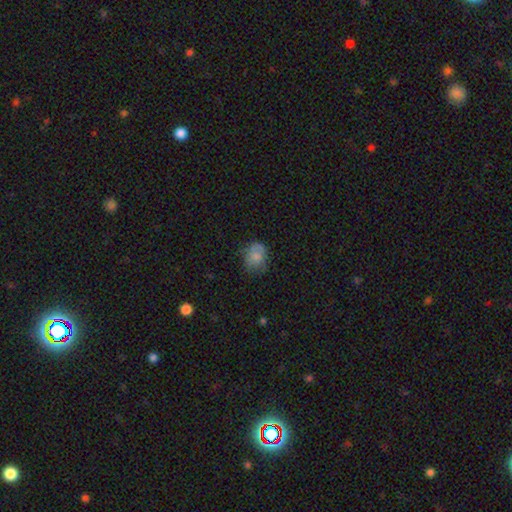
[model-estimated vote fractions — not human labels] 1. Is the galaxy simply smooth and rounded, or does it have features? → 74% smooth, 16% featured or disk, 10% star or artifact.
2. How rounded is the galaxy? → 54% round, 45% in between, 1% cigar-shaped.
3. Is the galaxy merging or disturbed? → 58% none, 28% minor disturbance, 11% major disturbance, 2% merger.